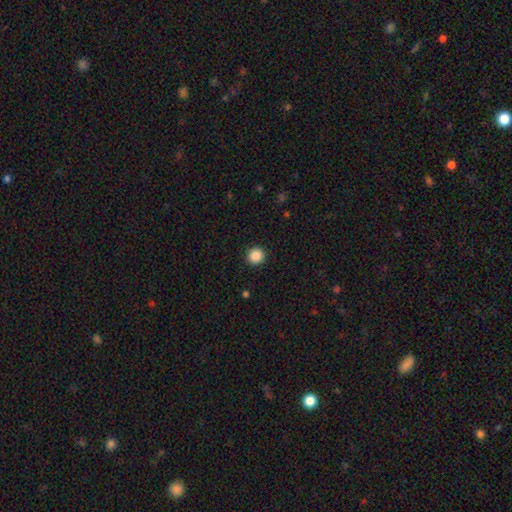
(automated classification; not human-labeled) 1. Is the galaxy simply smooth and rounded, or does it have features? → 88% smooth, 10% star or artifact, 3% featured or disk.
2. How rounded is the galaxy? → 94% round, 5% in between, 1% cigar-shaped.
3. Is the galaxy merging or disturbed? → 92% none, 5% minor disturbance, 2% major disturbance, 1% merger.